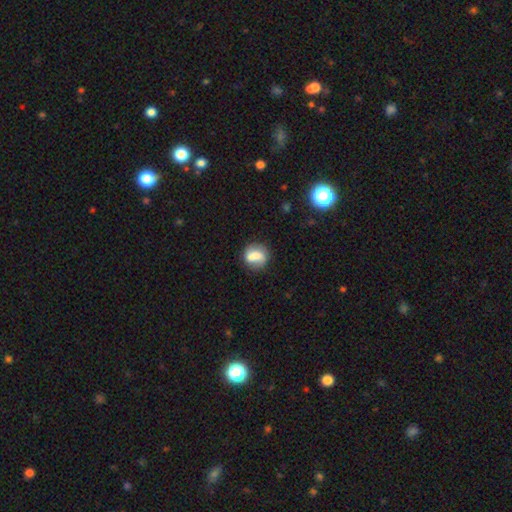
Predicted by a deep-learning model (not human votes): smooth-or-featured: smooth: 62% | featured or disk: 30% | star or artifact: 8%
  how-rounded: round: 72% | in between: 26% | cigar-shaped: 2%
  merging: none: 55% | merger: 21% | minor disturbance: 18% | major disturbance: 6%